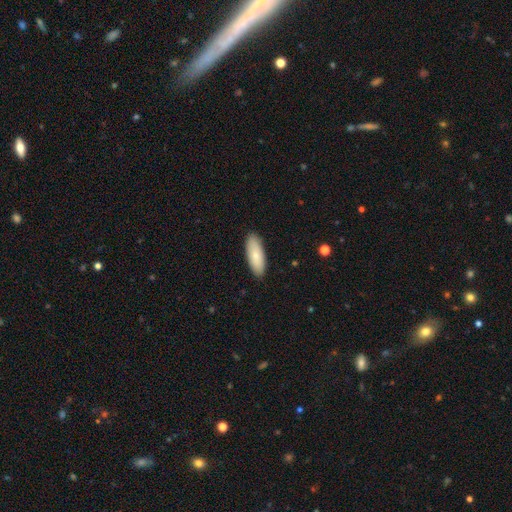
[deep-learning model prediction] The model was most divided on "how rounded": in between: 71%, cigar-shaped: 27%, round: 2%. More confident: merging — none (89%); smooth or featured — smooth (80%).